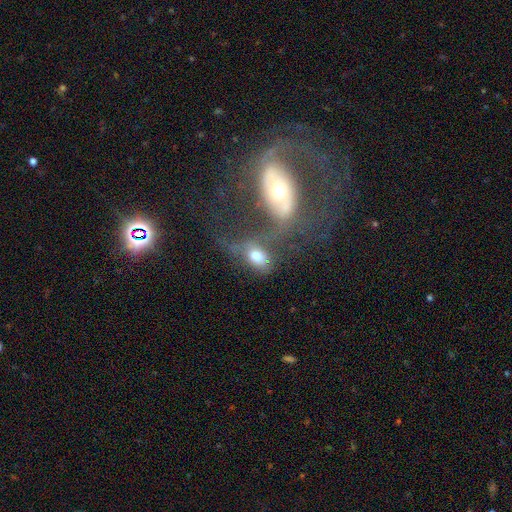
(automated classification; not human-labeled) smooth_or_featured: smooth (p=0.64) [alt: featured or disk p=0.22]
how_rounded: in between (p=0.81) [alt: round p=0.16]
merging: merger (p=0.40) [alt: none p=0.29]